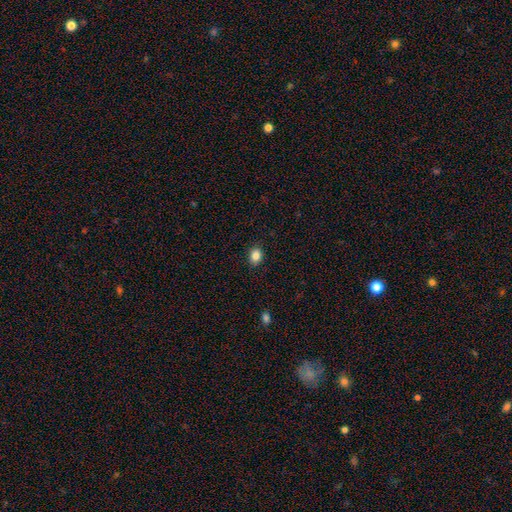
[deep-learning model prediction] A smooth galaxy with no disk features (85%) that is in between round and cigar-shaped (56%). Merging: none (89%).